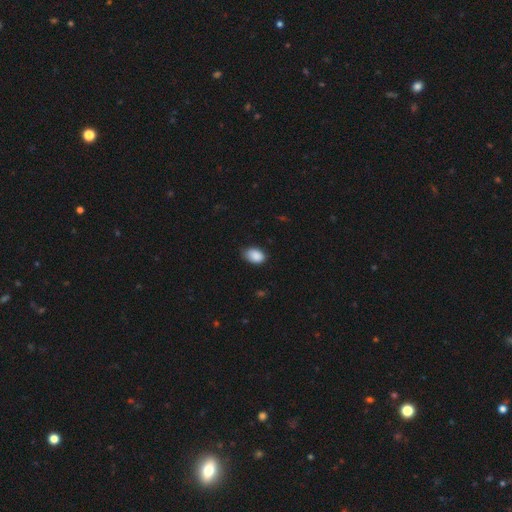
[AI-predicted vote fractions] Smooth or featured?
  - smooth: 89% *
  - star or artifact: 8%
  - featured or disk: 4%
How rounded?
  - in between: 85% *
  - round: 14%
  - cigar-shaped: 1%
Merging?
  - none: 72% *
  - minor disturbance: 24%
  - major disturbance: 3%
  - merger: 1%